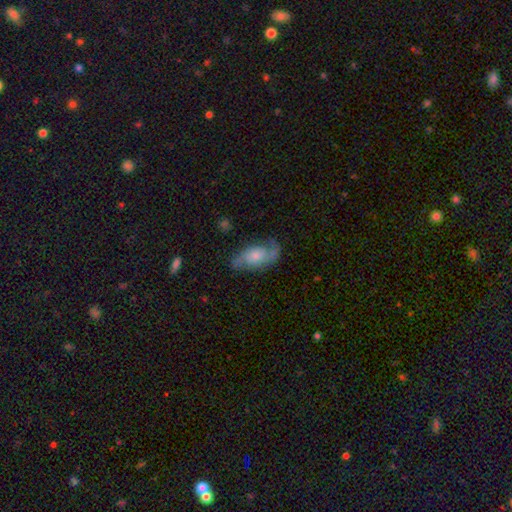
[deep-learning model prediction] Smooth or featured? Predicted: featured or disk (p=0.70). Edge-on disk? Predicted: no (p=0.94). Bar? Predicted: no (p=0.69). Spiral arms? Predicted: yes (p=0.91). Spiral winding? Predicted: medium (p=0.43). Spiral arm count? Predicted: 2 (p=0.86). Bulge size? Predicted: small (p=0.43). Merging? Predicted: none (p=0.71).